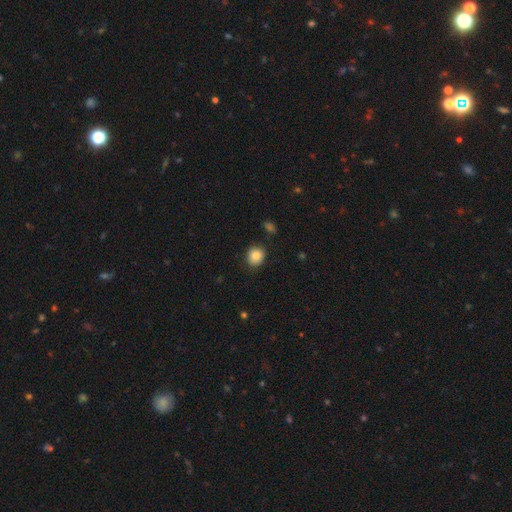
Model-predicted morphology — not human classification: A smooth galaxy with no disk features (86%) that is round (78%).

Vote fractions:
- Smooth or featured? smooth: 86% / star or artifact: 9% / featured or disk: 5%
- How rounded? round: 78% / in between: 21% / cigar-shaped: 1%
- Merging? none: 86% / minor disturbance: 10% / major disturbance: 2% / merger: 2%